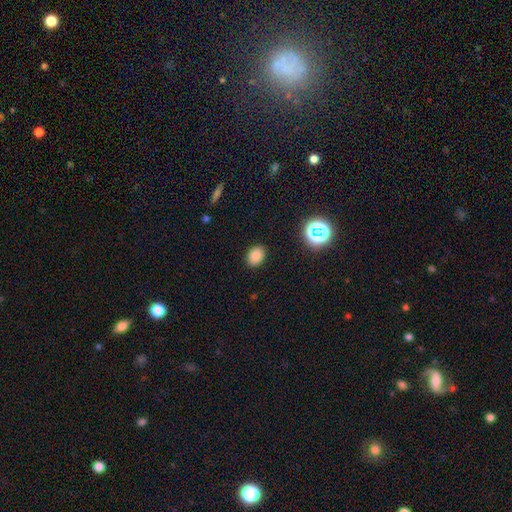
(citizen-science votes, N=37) smooth_or_featured: smooth (p=0.89) [alt: featured or disk p=0.08]
how_rounded: round (p=0.52) [alt: in between p=0.48]
merging: none (p=0.86) [alt: minor disturbance p=0.08]